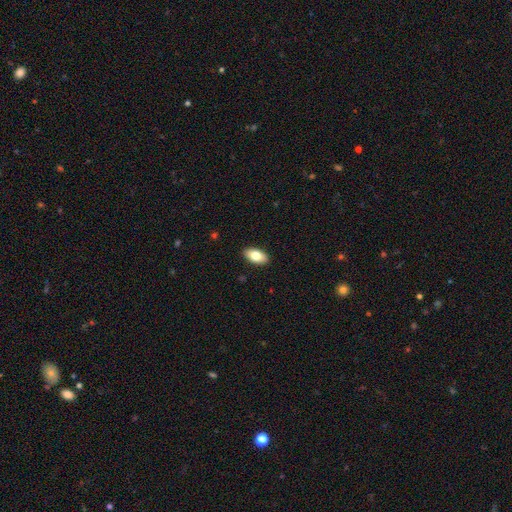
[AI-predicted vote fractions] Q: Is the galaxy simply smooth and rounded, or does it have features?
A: smooth — 79%.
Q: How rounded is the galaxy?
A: in between — 93%.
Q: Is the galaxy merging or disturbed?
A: none — 90%.